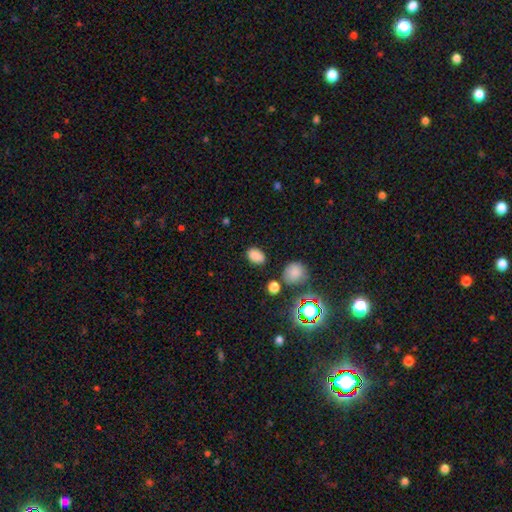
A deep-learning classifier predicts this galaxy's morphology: smooth-or-featured: smooth: 83% | star or artifact: 13% | featured or disk: 4%
  how-rounded: in between: 82% | round: 16% | cigar-shaped: 1%
  merging: none: 83% | minor disturbance: 11% | merger: 4% | major disturbance: 3%